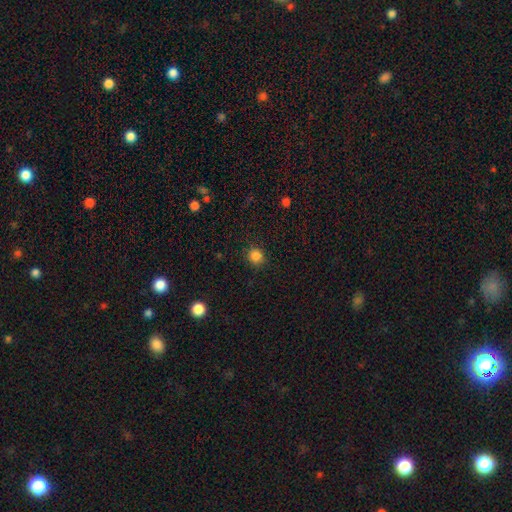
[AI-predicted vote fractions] smooth_or_featured: smooth (p=0.84) [alt: star or artifact p=0.12]
how_rounded: round (p=0.89) [alt: in between p=0.10]
merging: none (p=0.89) [alt: minor disturbance p=0.08]